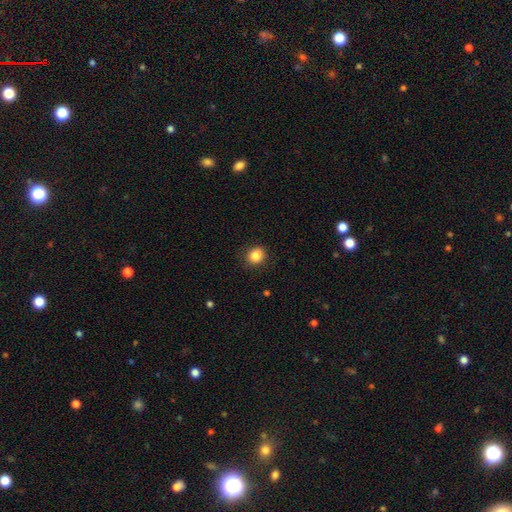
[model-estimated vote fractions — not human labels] smooth 86%, star or artifact 10%, featured or disk 4%. Down the decision tree: how rounded — round (78%); merging — none (85%).